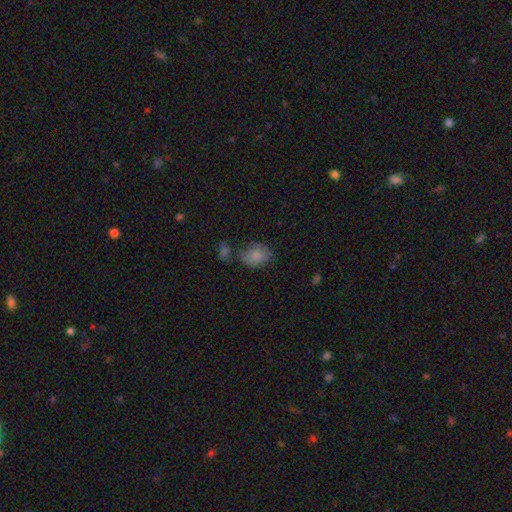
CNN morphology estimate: Overall: smooth (78%). How rounded: in between (66%; round 33%). Merging: none (48%; minor disturbance 25%).